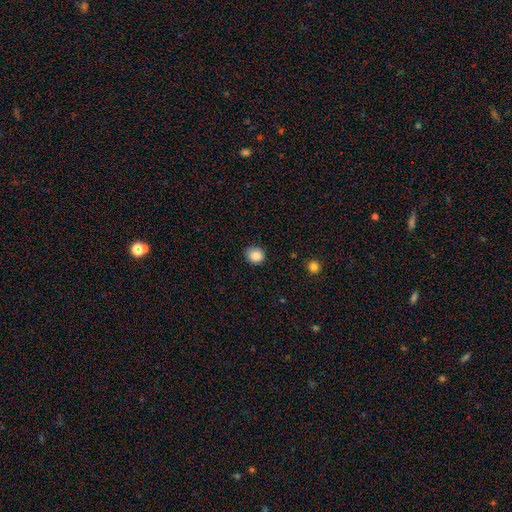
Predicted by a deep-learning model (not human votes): Overall: smooth (88%). How rounded: round (77%). Merging: none (84%).